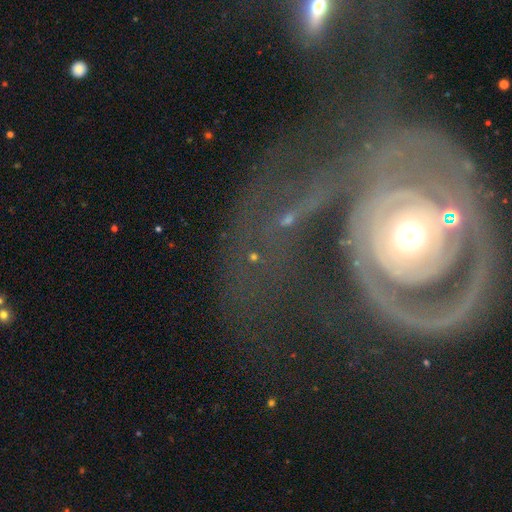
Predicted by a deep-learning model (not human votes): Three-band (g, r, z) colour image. It shows a featured or disk galaxy (81%) with no bar (73%), 2 (37%) tight (57%) spiral arms (79%) and a moderate central bulge (68%). Merging: major disturbance (37%).